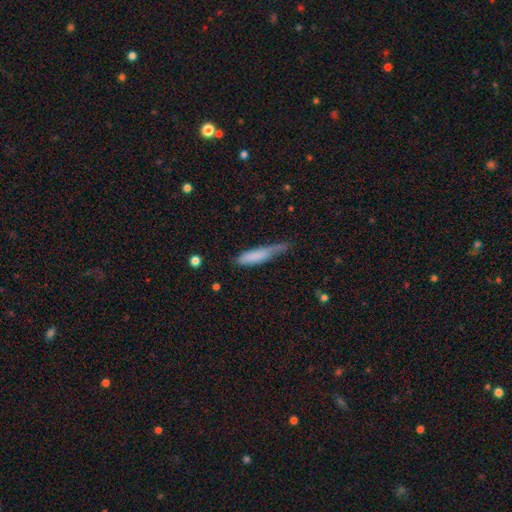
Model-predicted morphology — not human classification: Smooth or featured? Predicted: smooth (p=0.76). How rounded? Predicted: cigar-shaped (p=0.81). Merging? Predicted: none (p=0.44).